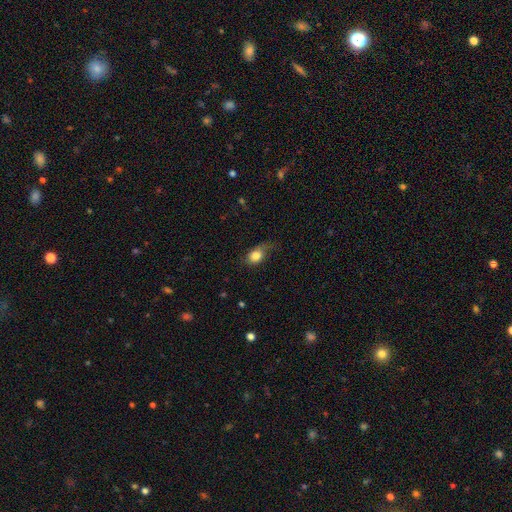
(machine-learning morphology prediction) This is likely a smooth galaxy (80%). How rounded: likely in between (63%). Merging: possibly none (47%).